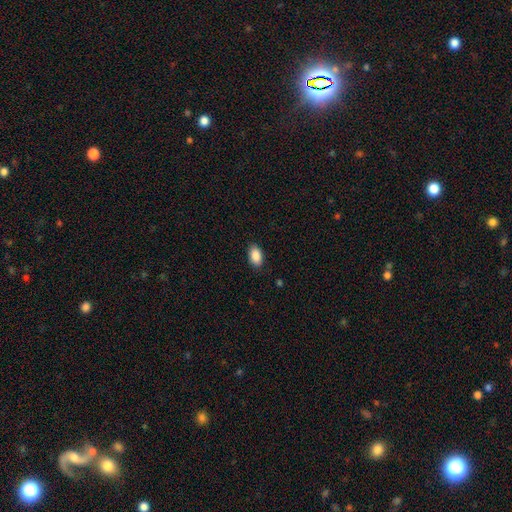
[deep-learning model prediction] Smooth or featured? smooth (90%)
How rounded? in between (93%)
Merging? none (88%)